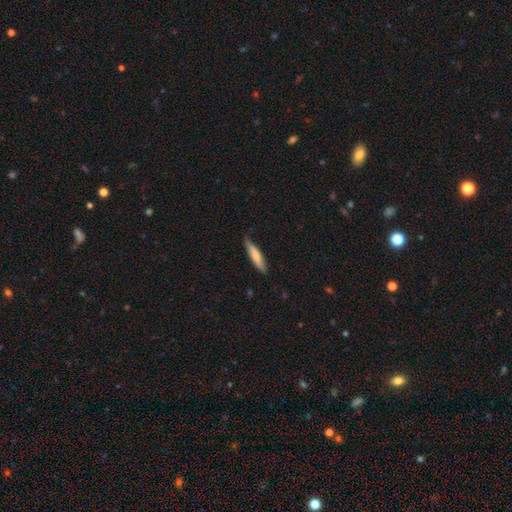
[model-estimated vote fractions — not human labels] smooth_or_featured: smooth (p=0.70) [alt: featured or disk p=0.24]
how_rounded: cigar-shaped (p=0.84) [alt: in between p=0.14]
merging: none (p=0.77) [alt: minor disturbance p=0.19]